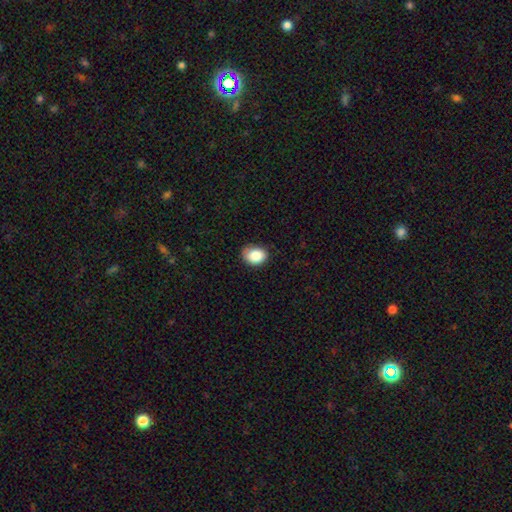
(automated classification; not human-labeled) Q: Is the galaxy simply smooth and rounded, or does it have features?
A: smooth — 86%.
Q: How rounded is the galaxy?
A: in between — 57%.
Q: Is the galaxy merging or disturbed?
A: none — 74%.